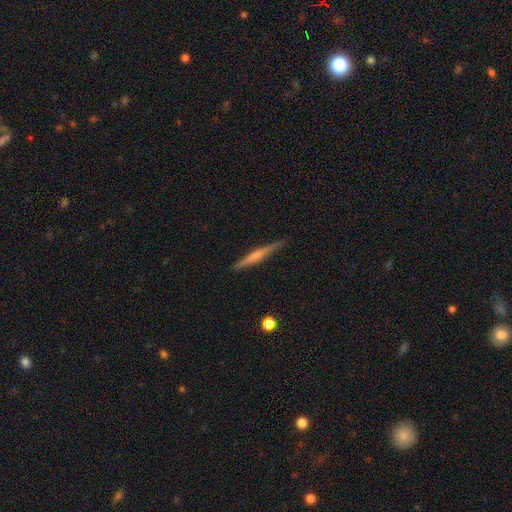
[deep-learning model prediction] Smooth or featured? Predicted: featured or disk (p=0.55). Edge-on disk? Predicted: yes (p=0.97). Edge-on bulge? Predicted: rounded (p=0.41). Merging? Predicted: none (p=0.88).